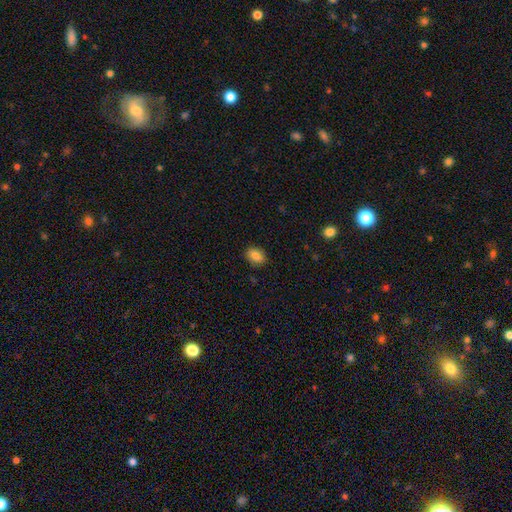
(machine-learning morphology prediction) smooth 84%, star or artifact 9%, featured or disk 7%. Down the decision tree: how rounded — in between (67%); merging — none (86%).